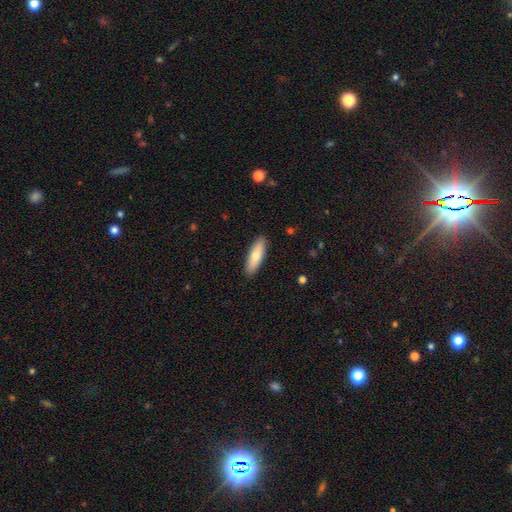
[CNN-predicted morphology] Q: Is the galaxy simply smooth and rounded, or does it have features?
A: smooth — 73%.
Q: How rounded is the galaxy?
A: cigar-shaped — 50%.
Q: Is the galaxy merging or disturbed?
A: none — 90%.